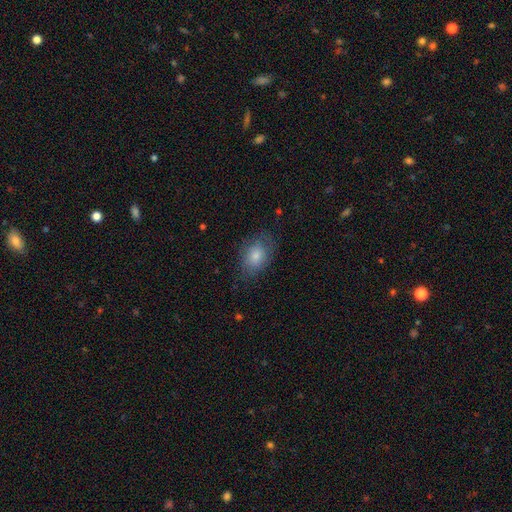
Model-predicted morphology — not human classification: The model was most divided on "merging": none: 71%, minor disturbance: 20%, major disturbance: 7%, merger: 1%. More confident: how rounded — in between (78%); smooth or featured — smooth (78%).